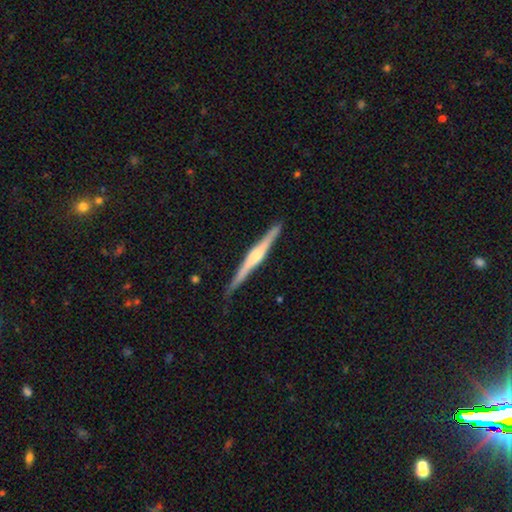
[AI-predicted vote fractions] smooth-or-featured: featured or disk: 73% | smooth: 22% | star or artifact: 5%
  disk-edge-on: yes: 98% | no: 2%
    edge-on-bulge: rounded: 68% | boxy: 20% | none: 12%
  merging: none: 86% | minor disturbance: 11% | major disturbance: 2% | merger: 1%